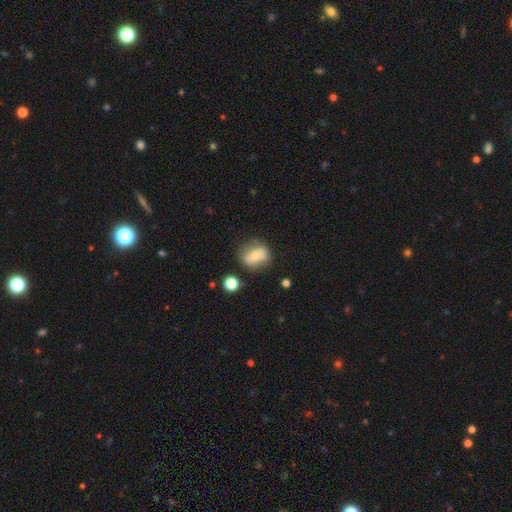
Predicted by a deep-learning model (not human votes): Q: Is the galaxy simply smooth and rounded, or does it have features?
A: smooth — 55%.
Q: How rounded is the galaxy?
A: round — 49%.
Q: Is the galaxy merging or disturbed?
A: none — 64%.